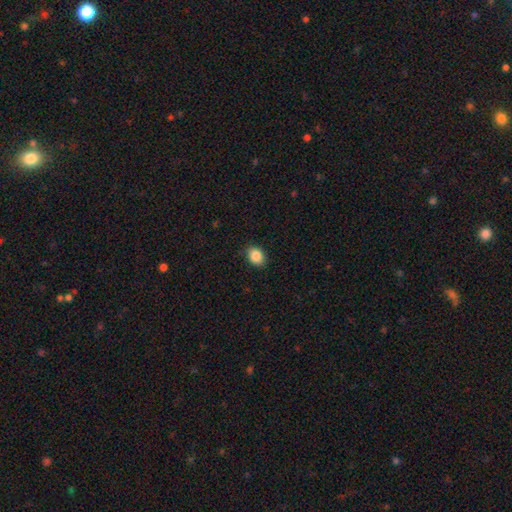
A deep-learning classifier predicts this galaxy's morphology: Smooth or featured: smooth — 86% (star or artifact — 9%)
How rounded: in between — 62% (round — 37%)
Merging: none — 86% (minor disturbance — 11%)